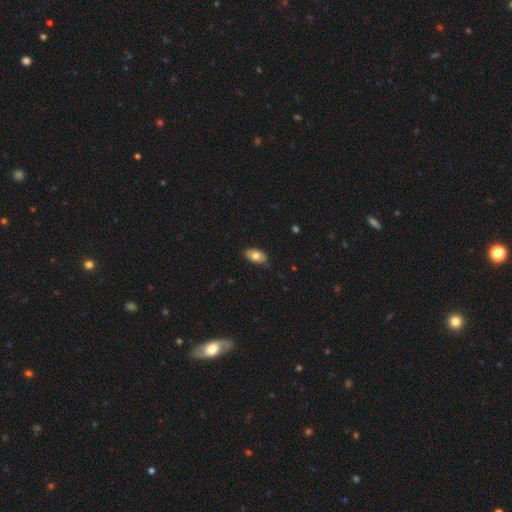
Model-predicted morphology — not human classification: Smooth or featured? smooth (76%)
How rounded? in between (93%)
Merging? none (83%)